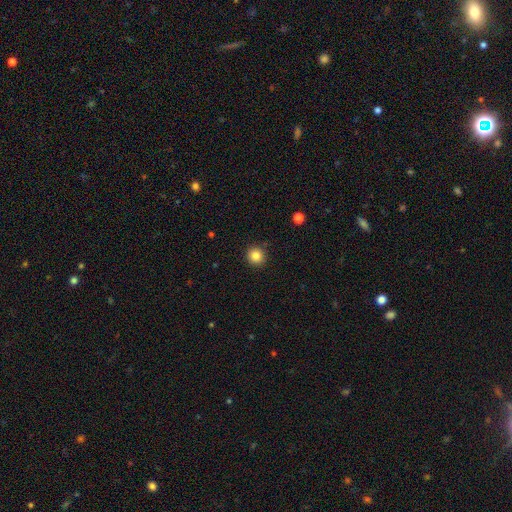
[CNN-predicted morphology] smooth 84%, star or artifact 11%, featured or disk 5%. Down the decision tree: how rounded — round (94%); merging — none (91%).